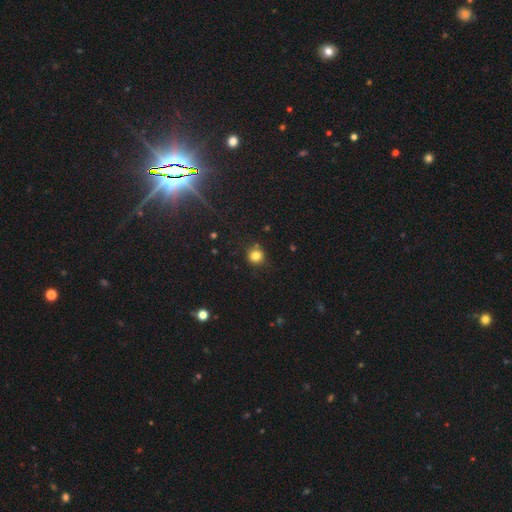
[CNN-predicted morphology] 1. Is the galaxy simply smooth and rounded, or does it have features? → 81% smooth, 13% star or artifact, 5% featured or disk.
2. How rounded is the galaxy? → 90% round, 9% in between, 1% cigar-shaped.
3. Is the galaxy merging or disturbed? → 81% none, 12% minor disturbance, 4% merger, 3% major disturbance.